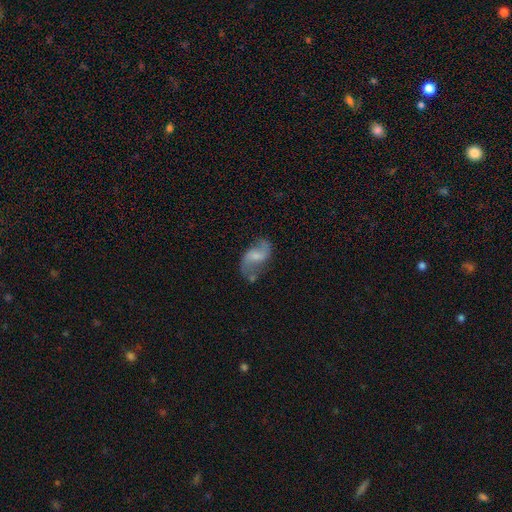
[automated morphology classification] Smooth or featured: featured or disk — 76% (smooth — 17%)
Edge-on disk: no — 97% (yes — 3%)
Bar: weak — 53% (no — 30%)
Spiral arms: yes — 92% (no — 8%)
Spiral winding: loose — 70% (medium — 25%)
Spiral arm count: 2 — 91% (can't tell — 4%)
Bulge size: small — 38% (moderate — 30%)
Merging: none — 62% (minor disturbance — 21%)